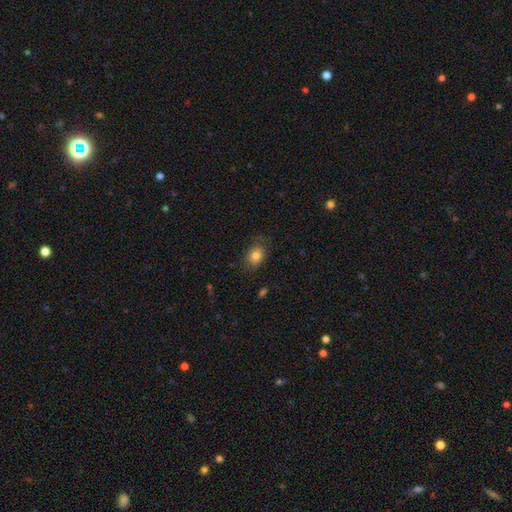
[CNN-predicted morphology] smooth-or-featured: smooth: 81% | featured or disk: 10% | star or artifact: 9%
  how-rounded: in between: 68% | round: 31% | cigar-shaped: 1%
  merging: none: 73% | minor disturbance: 20% | major disturbance: 5% | merger: 1%